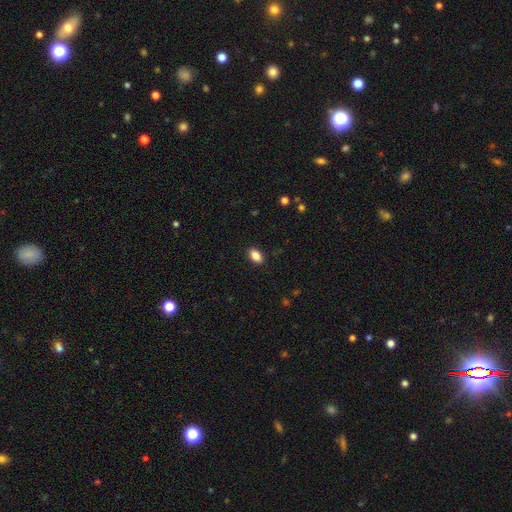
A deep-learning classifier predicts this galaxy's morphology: Smooth or featured: smooth — 87% (star or artifact — 8%)
How rounded: in between — 91% (round — 6%)
Merging: none — 89% (minor disturbance — 8%)